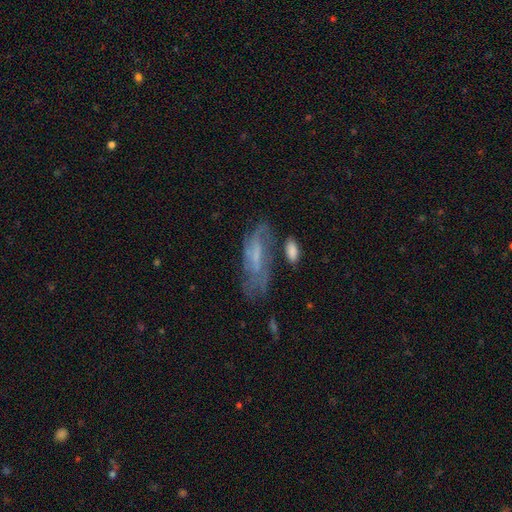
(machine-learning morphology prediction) Smooth or featured?
  - featured or disk: 59% *
  - smooth: 32%
  - star or artifact: 10%
Edge-on disk?
  - no: 84% *
  - yes: 16%
Merging?
  - none: 47% *
  - minor disturbance: 23%
  - major disturbance: 18%
  - merger: 12%